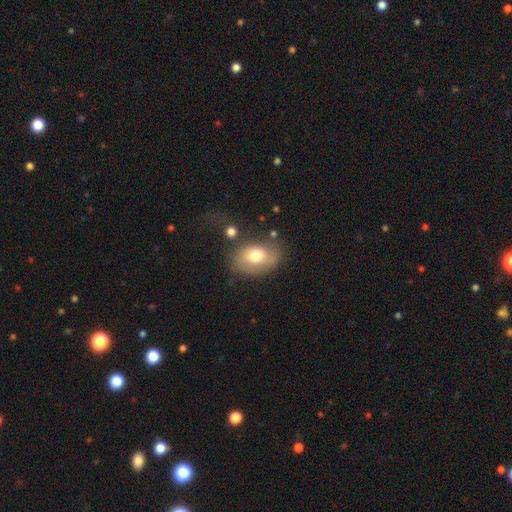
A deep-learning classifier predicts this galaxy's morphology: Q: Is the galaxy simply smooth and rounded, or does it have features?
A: smooth — 68%.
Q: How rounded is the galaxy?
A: in between — 81%.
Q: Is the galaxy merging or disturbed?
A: none — 57%.